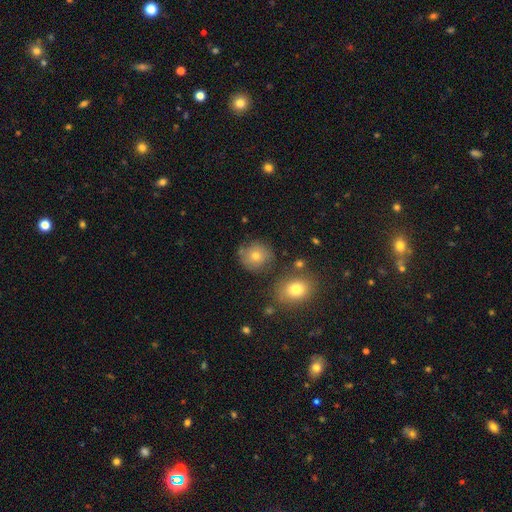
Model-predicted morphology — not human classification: Smooth or featured? smooth (58%)
How rounded? round (86%)
Merging? none (76%)